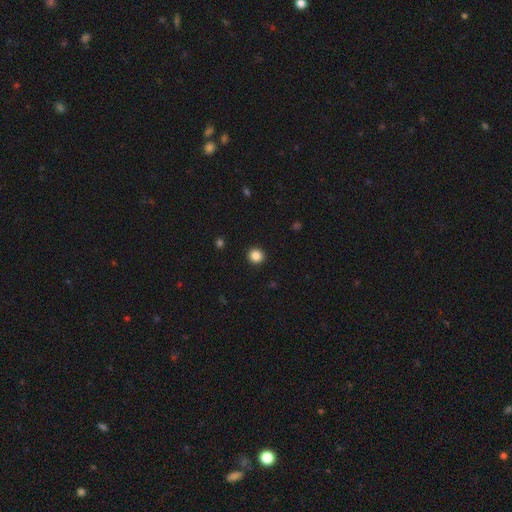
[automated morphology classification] Smooth or featured: smooth — 86% (star or artifact — 11%)
How rounded: round — 91% (in between — 8%)
Merging: none — 93% (minor disturbance — 5%)